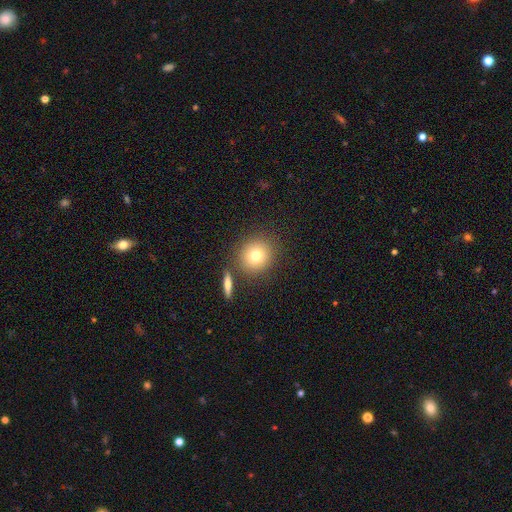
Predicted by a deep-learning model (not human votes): Smooth or featured?
  - smooth: 77% *
  - featured or disk: 12%
  - star or artifact: 11%
How rounded?
  - round: 88% *
  - in between: 11%
  - cigar-shaped: 1%
Merging?
  - none: 81% *
  - merger: 8%
  - minor disturbance: 8%
  - major disturbance: 3%